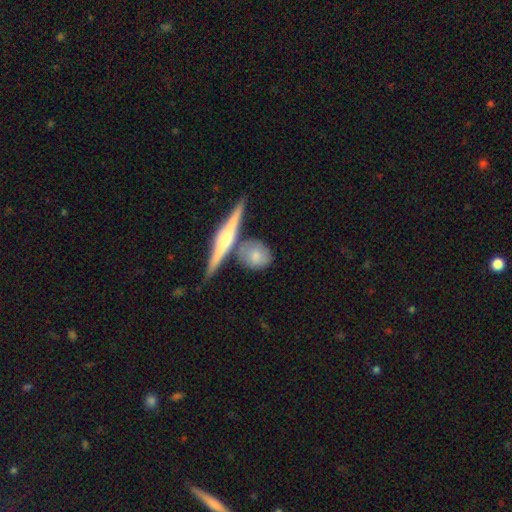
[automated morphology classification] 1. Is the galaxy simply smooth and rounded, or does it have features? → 67% smooth, 27% featured or disk, 6% star or artifact.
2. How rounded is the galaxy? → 51% round, 32% in between, 16% cigar-shaped.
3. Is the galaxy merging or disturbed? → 68% none, 16% minor disturbance, 12% merger, 4% major disturbance.